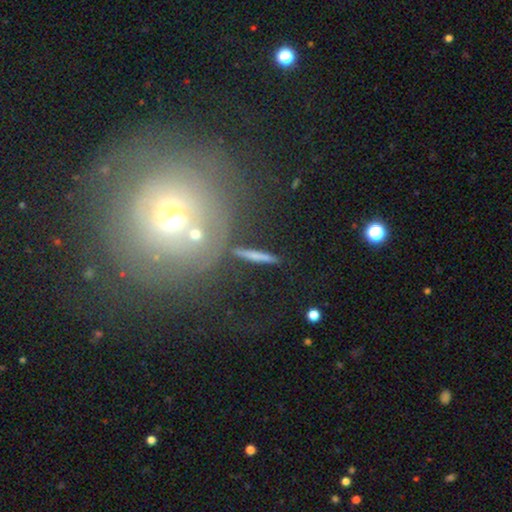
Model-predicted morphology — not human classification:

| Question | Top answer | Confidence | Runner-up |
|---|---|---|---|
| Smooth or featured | smooth | 59% | featured or disk (31%) |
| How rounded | cigar-shaped | 88% | in between (7%) |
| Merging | none | 84% | minor disturbance (9%) |